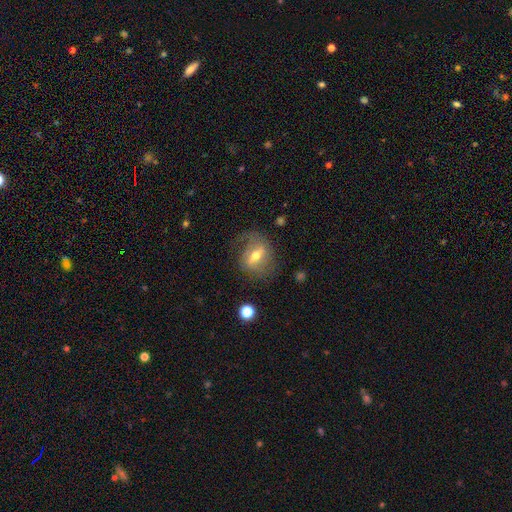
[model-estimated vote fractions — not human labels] Smooth or featured?
  - featured or disk: 66% *
  - smooth: 24%
  - star or artifact: 9%
Edge-on disk?
  - no: 92% *
  - yes: 8%
Bar?
  - strong: 42% *
  - weak: 41%
  - no: 17%
Spiral arms?
  - yes: 77% *
  - no: 23%
Bulge size?
  - moderate: 68% *
  - small: 24%
  - large: 6%
  - none: 1%
  - dominant: 1%
Merging?
  - none: 63% *
  - minor disturbance: 20%
  - major disturbance: 15%
  - merger: 2%